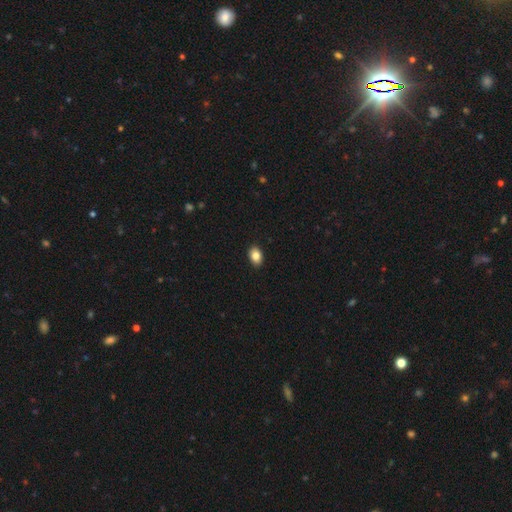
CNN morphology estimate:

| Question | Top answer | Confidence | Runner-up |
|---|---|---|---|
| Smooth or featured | smooth | 85% | star or artifact (9%) |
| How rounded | in between | 78% | round (21%) |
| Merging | none | 90% | minor disturbance (7%) |